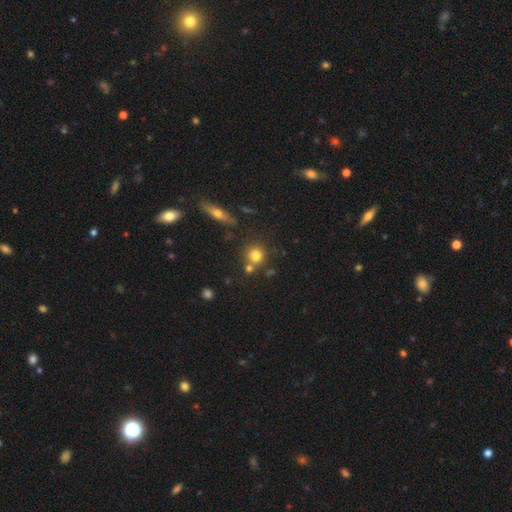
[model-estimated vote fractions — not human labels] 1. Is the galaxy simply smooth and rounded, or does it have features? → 77% smooth, 12% star or artifact, 11% featured or disk.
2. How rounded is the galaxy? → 90% round, 9% in between, 1% cigar-shaped.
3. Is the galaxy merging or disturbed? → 69% none, 18% merger, 9% minor disturbance, 3% major disturbance.